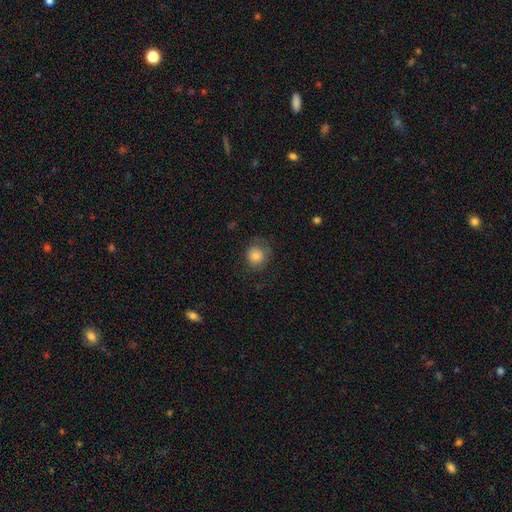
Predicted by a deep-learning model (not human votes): Smooth or featured: smooth — 79% (featured or disk — 12%)
How rounded: round — 83% (in between — 16%)
Merging: none — 68% (minor disturbance — 20%)